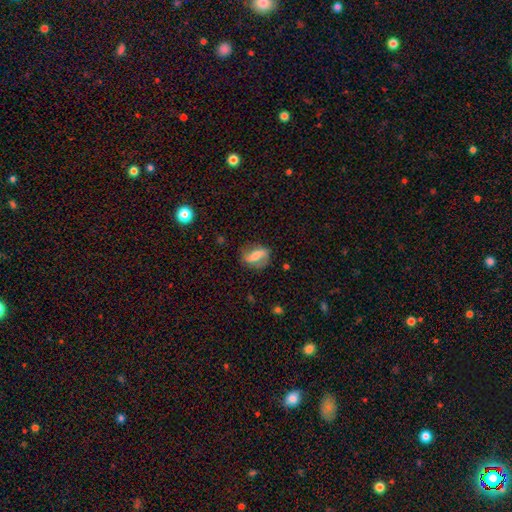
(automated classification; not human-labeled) Overall: featured or disk (55%; smooth 37%). Edge-on disk: no (91%). Merging: none (70%).